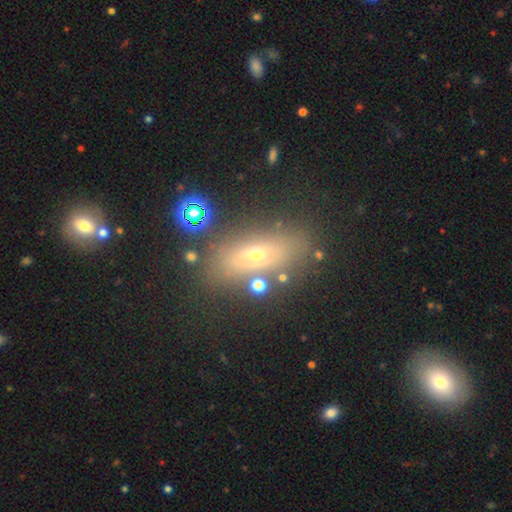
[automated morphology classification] smooth-or-featured: smooth: 50% | featured or disk: 31% | star or artifact: 19%
  how-rounded: in between: 62% | cigar-shaped: 29% | round: 9%
  merging: none: 78% | minor disturbance: 12% | merger: 5% | major disturbance: 5%